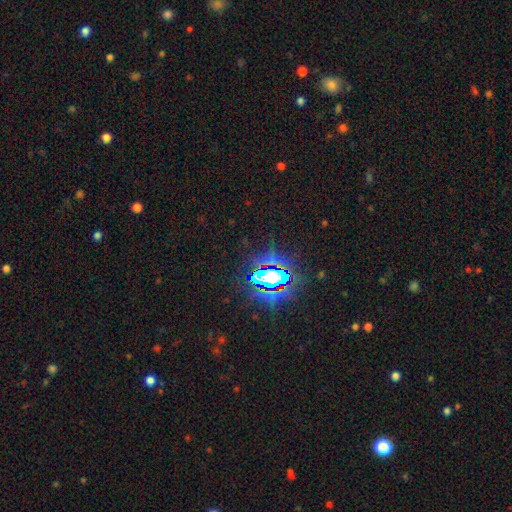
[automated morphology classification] smooth-or-featured: star or artifact: 84% | smooth: 9% | featured or disk: 7%